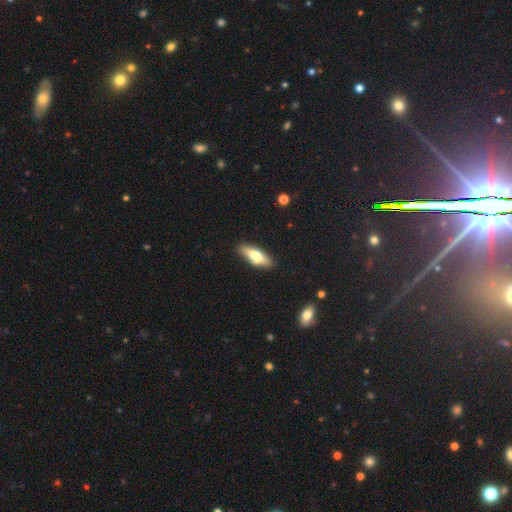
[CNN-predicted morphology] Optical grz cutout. It shows a smooth galaxy with no disk features (63%) that is in between round and cigar-shaped (59%). Merging: none (85%).